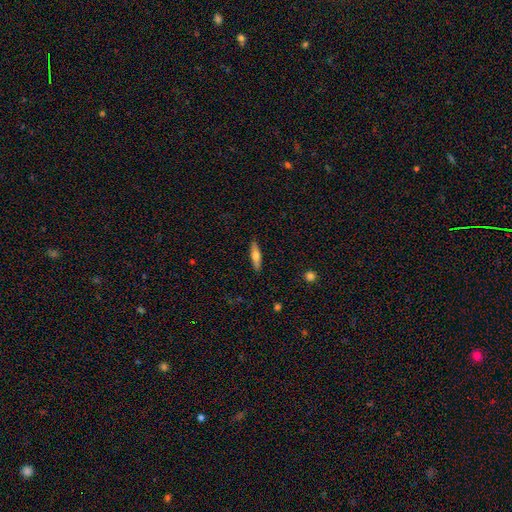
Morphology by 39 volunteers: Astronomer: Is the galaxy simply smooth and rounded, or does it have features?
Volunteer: smooth — 72%.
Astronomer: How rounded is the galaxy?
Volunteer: cigar-shaped — 75%.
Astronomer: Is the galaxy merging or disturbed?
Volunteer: none — 94%.